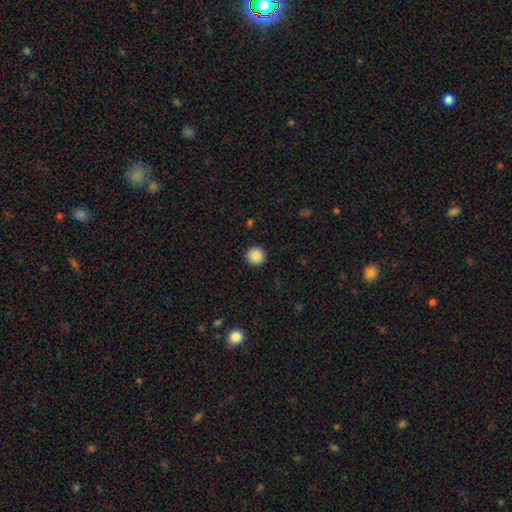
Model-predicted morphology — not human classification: This appears to be a smooth galaxy with no disk features (87%) that is round (96%). Merging: none (93%).